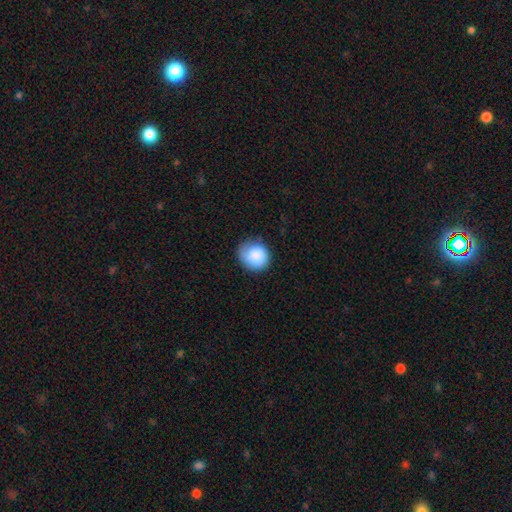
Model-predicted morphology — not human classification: A smooth galaxy with no disk features (84%) that is round (83%). Merging: none (67%).